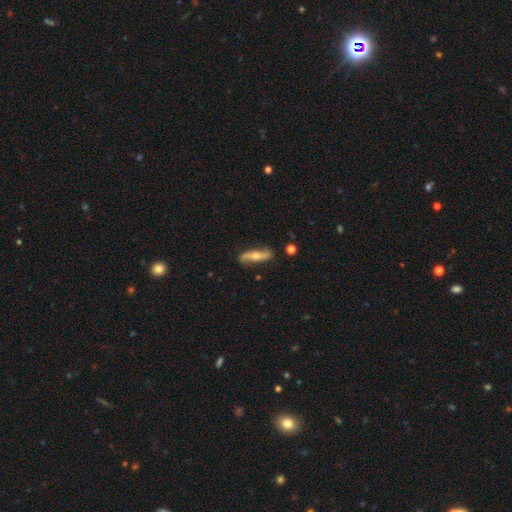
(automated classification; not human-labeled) Smooth or featured? Predicted: featured or disk (p=0.67). Edge-on disk? Predicted: no (p=0.65). Merging? Predicted: none (p=0.82).